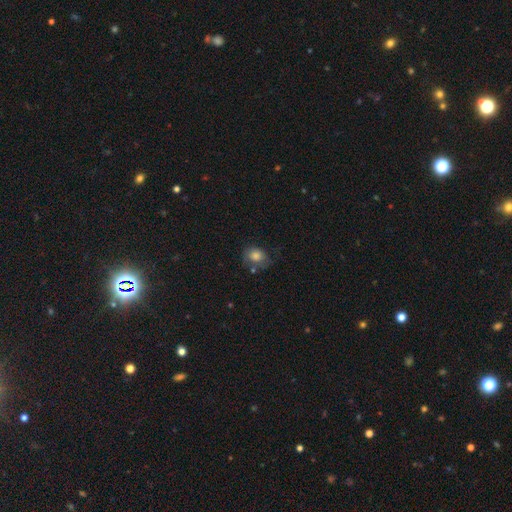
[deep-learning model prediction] Q: Smooth or featured?
A: smooth (77%); runner-up: featured or disk (13%)
Q: How rounded?
A: round (62%); runner-up: in between (37%)
Q: Merging?
A: none (53%); runner-up: minor disturbance (28%)